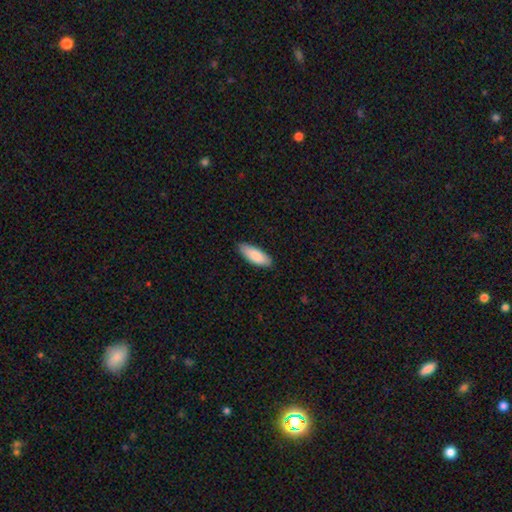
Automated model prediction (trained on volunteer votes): This is clearly a smooth galaxy (88%). How rounded: likely in between (73%). Merging: clearly none (85%).